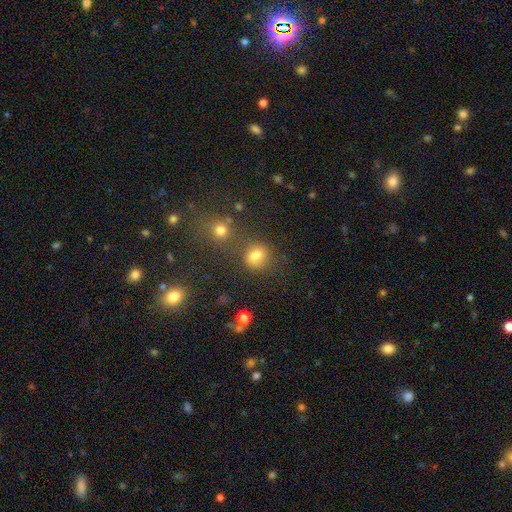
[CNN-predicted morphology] smooth-or-featured: smooth: 75% | star or artifact: 17% | featured or disk: 8%
  how-rounded: round: 67% | in between: 32% | cigar-shaped: 1%
  merging: none: 66% | merger: 16% | minor disturbance: 12% | major disturbance: 5%